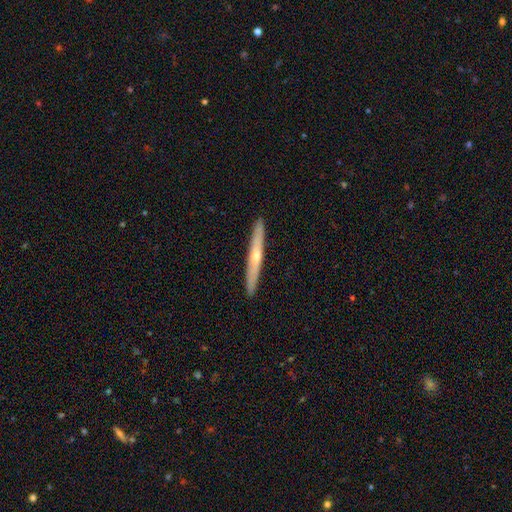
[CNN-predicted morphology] smooth-or-featured: featured or disk: 58% | smooth: 36% | star or artifact: 6%
  disk-edge-on: yes: 95% | no: 5%
    edge-on-bulge: rounded: 67% | none: 30% | boxy: 3%
  merging: none: 93% | minor disturbance: 5% | major disturbance: 1% | merger: 1%